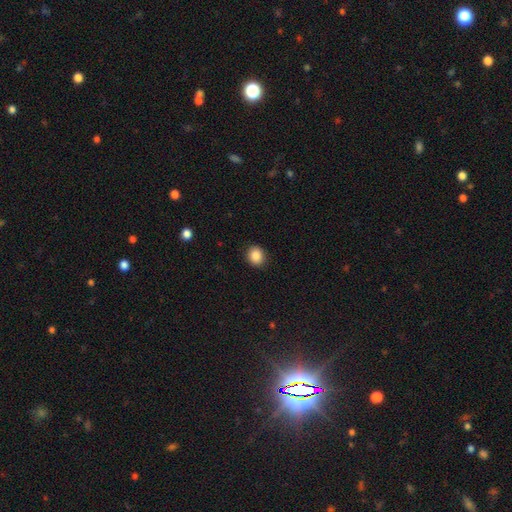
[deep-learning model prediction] Smooth or featured: smooth — 87% (star or artifact — 9%)
How rounded: round — 69% (in between — 30%)
Merging: none — 91% (minor disturbance — 6%)